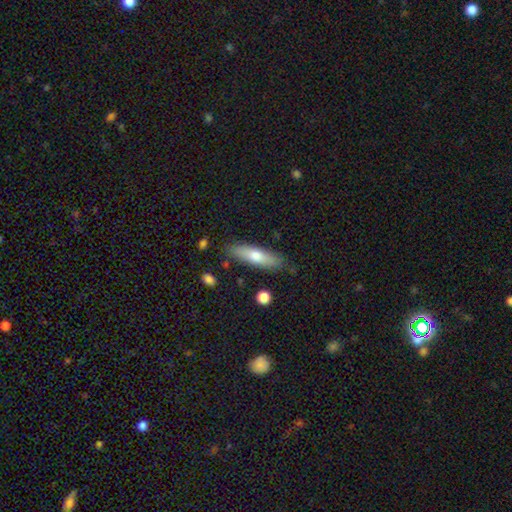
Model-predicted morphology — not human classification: Smooth or featured? Predicted: smooth (p=0.64). How rounded? Predicted: cigar-shaped (p=0.66). Merging? Predicted: none (p=0.84).